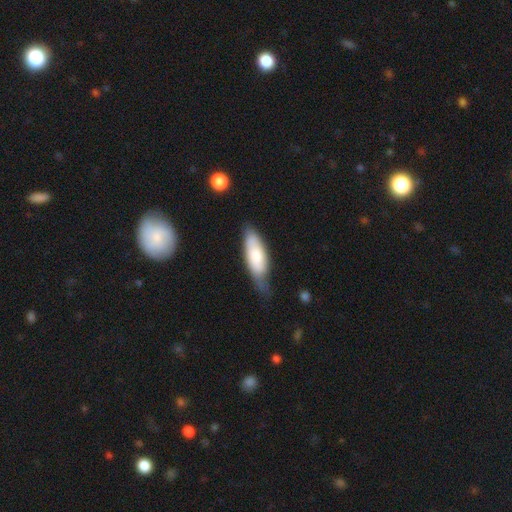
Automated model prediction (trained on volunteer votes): Q: Smooth or featured?
A: smooth (71%); runner-up: featured or disk (23%)
Q: How rounded?
A: in between (66%); runner-up: cigar-shaped (32%)
Q: Merging?
A: none (50%); runner-up: minor disturbance (37%)